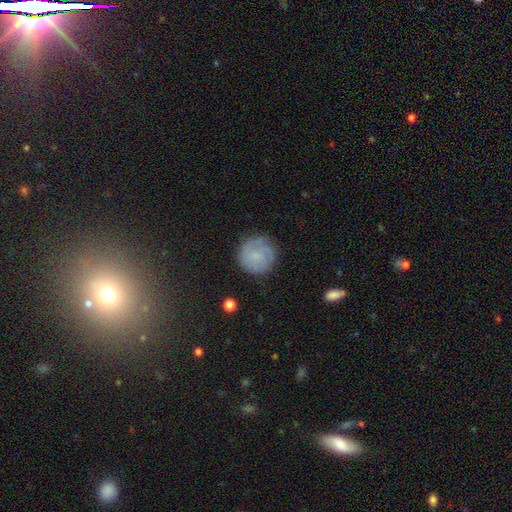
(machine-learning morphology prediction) Q: Smooth or featured?
A: smooth (66%); runner-up: featured or disk (25%)
Q: How rounded?
A: round (94%); runner-up: in between (5%)
Q: Merging?
A: none (79%); runner-up: minor disturbance (15%)